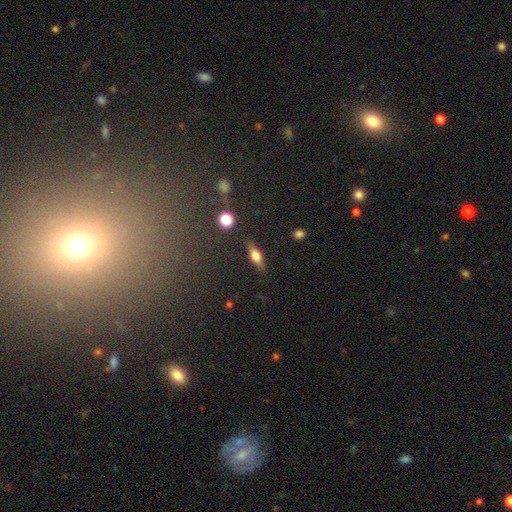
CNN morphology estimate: Smooth or featured?
  - smooth: 47% *
  - featured or disk: 45%
  - star or artifact: 8%
Merging?
  - none: 86% *
  - minor disturbance: 10%
  - major disturbance: 3%
  - merger: 2%